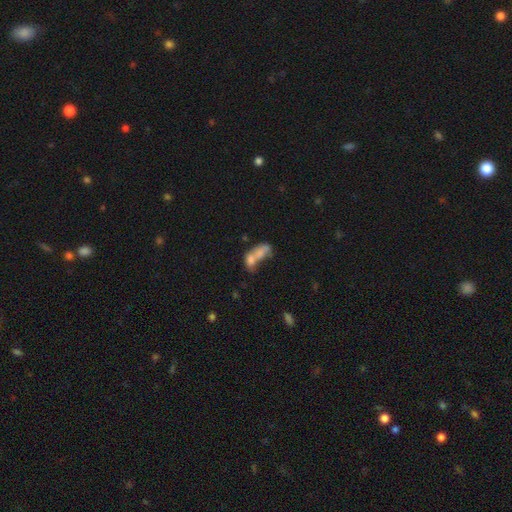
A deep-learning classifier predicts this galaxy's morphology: Smooth or featured? Predicted: smooth (p=0.63). How rounded? Predicted: in between (p=0.77). Merging? Predicted: merger (p=0.66).